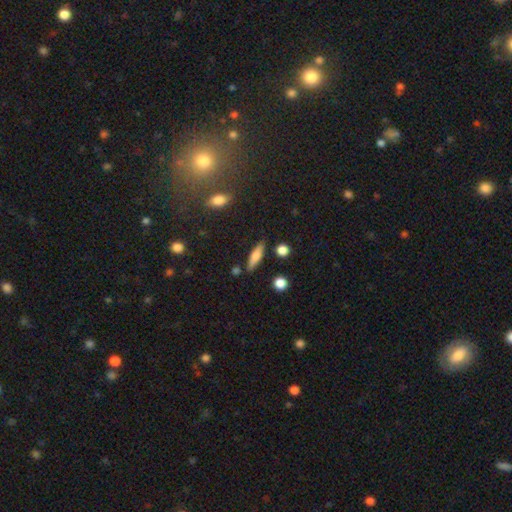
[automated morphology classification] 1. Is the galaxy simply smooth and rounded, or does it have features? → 57% smooth, 35% featured or disk, 8% star or artifact.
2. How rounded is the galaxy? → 68% cigar-shaped, 29% in between, 4% round.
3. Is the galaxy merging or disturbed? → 83% none, 10% minor disturbance, 4% merger, 3% major disturbance.